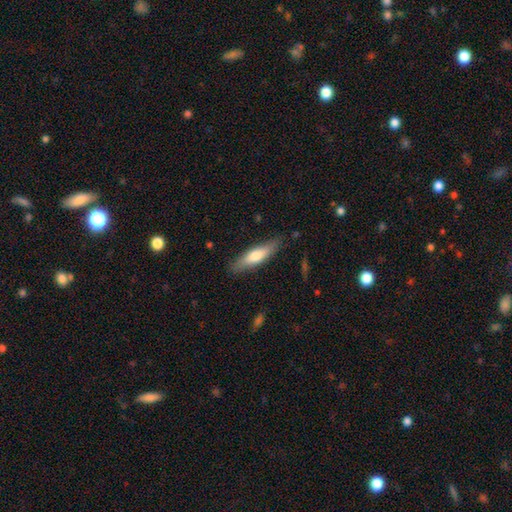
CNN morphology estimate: Overall: smooth (66%; featured or disk 29%). How rounded: cigar-shaped (68%; in between 31%). Merging: none (84%).